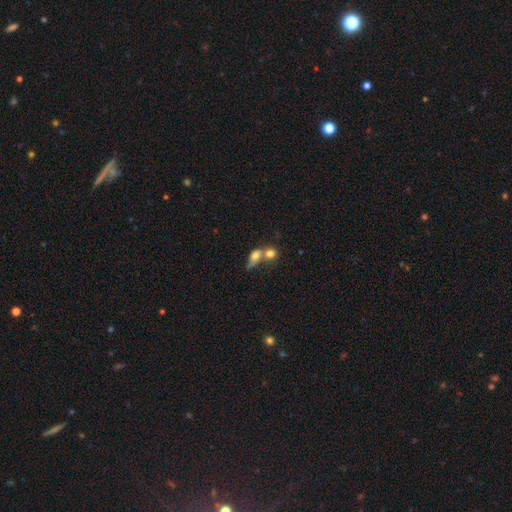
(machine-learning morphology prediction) Smooth or featured? Predicted: smooth (p=0.69). How rounded? Predicted: in between (p=0.55). Merging? Predicted: merger (p=0.65).